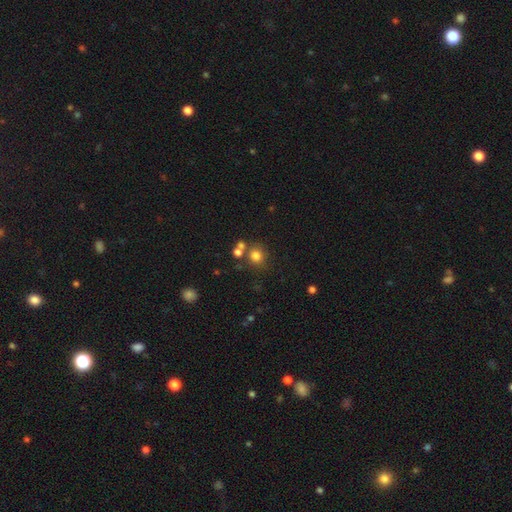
Volunteers were most divided on "merging": none: 65%, merger: 22%, major disturbance: 8%, minor disturbance: 5%. More confident: how rounded — round (89%); smooth or featured — smooth (88%).